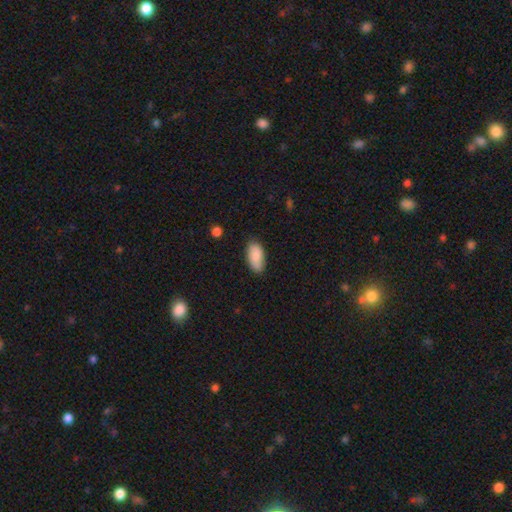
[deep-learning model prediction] smooth_or_featured: smooth (p=0.86) [alt: featured or disk p=0.08]
how_rounded: in between (p=0.93) [alt: cigar-shaped p=0.05]
merging: none (p=0.82) [alt: minor disturbance p=0.14]